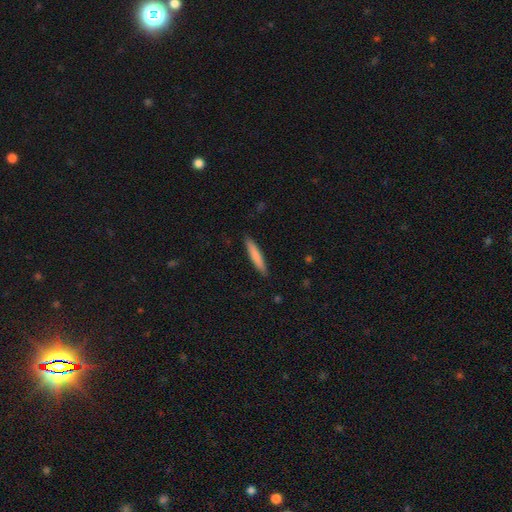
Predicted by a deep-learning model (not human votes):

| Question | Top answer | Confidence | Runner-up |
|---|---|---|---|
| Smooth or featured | smooth | 79% | featured or disk (16%) |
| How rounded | cigar-shaped | 91% | in between (8%) |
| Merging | none | 90% | minor disturbance (7%) |